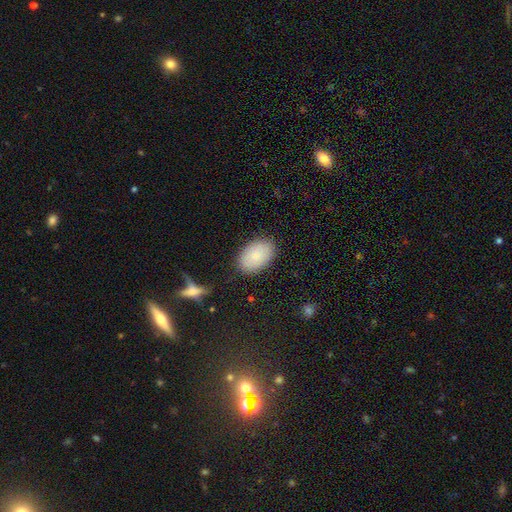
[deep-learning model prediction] This appears to be a smooth galaxy with no disk features (85%) that is in between round and cigar-shaped (91%). Merging: none (86%).